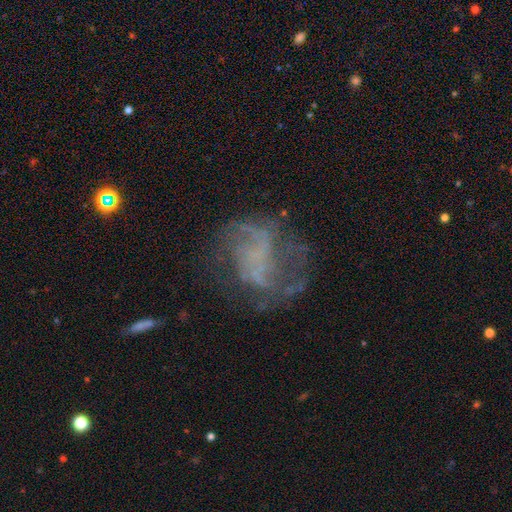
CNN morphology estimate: Smooth or featured: featured or disk — 71% (smooth — 15%)
Edge-on disk: no — 98% (yes — 2%)
Bar: no — 68% (weak — 24%)
Spiral arms: yes — 74% (no — 26%)
Spiral winding: loose — 47% (medium — 36%)
Spiral arm count: 2 — 54% (can't tell — 23%)
Bulge size: none — 75% (small — 14%)
Merging: none — 53% (major disturbance — 26%)